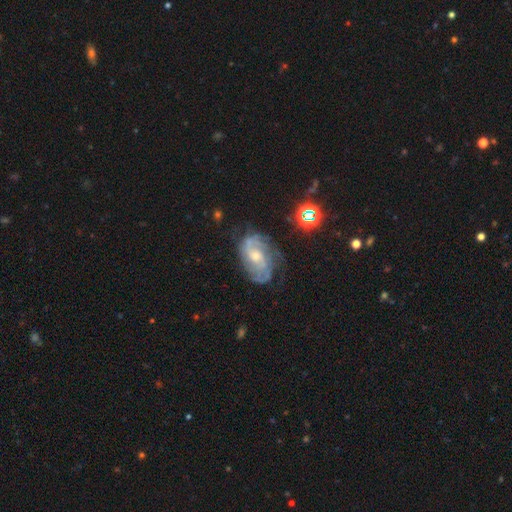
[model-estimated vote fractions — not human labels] A featured or disk galaxy (79%) with no bar (62%), tight (48%) spiral arms (91%) and a small central bulge (47%, tied with moderate).

Vote fractions:
- Smooth or featured? featured or disk: 79% / smooth: 13% / star or artifact: 8%
- Edge-on disk? no: 96% / yes: 4%
- Bar? no: 62% / weak: 33% / strong: 6%
- Spiral arms? yes: 91% / no: 9%
- Spiral winding? tight: 48% / medium: 38% / loose: 14%
- Spiral arm count? can't tell: 37% / 2: 35% / 3: 14% / 4: 6% / 1: 4% / more than 4: 4%
- Bulge size? small: 47% (tied) / moderate: 47% (tied) / large: 2% / none: 2% / dominant: 1%
- Merging? none: 64% / minor disturbance: 23% / major disturbance: 11% / merger: 2%